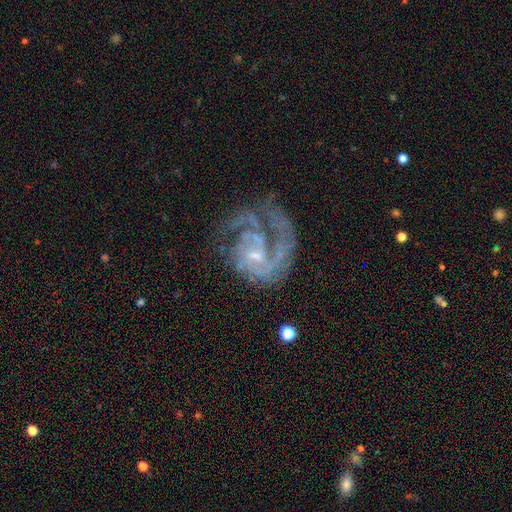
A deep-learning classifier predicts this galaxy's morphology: Overall: featured or disk (85%). Edge-on disk: no (98%). Bar: no (50%; weak 41%). Spiral arms: yes (92%). Spiral arm count: 2 (33%; 1 25%). Spiral winding: medium (42%; tight 39%). Bulge size: small (61%; moderate 22%). Merging: none (44%; major disturbance 34%).